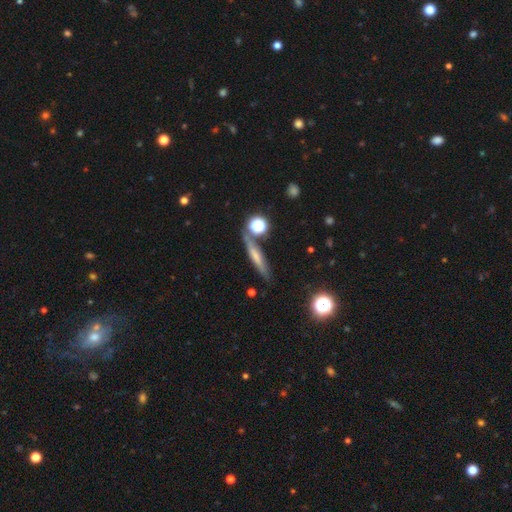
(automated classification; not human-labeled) Smooth or featured?
  - smooth: 49% *
  - featured or disk: 40%
  - star or artifact: 12%
Merging?
  - none: 76% *
  - minor disturbance: 12%
  - merger: 8%
  - major disturbance: 4%